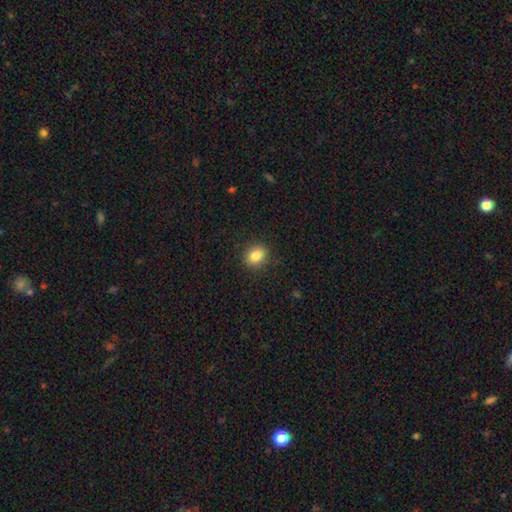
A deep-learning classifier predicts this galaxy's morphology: Smooth or featured: smooth — 85% (star or artifact — 10%)
How rounded: round — 56% (in between — 43%)
Merging: none — 89% (minor disturbance — 7%)